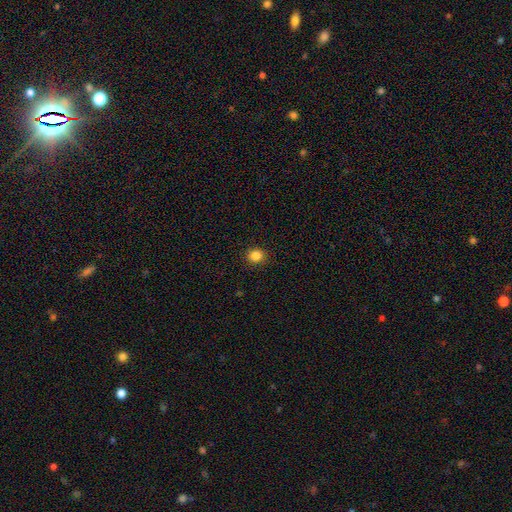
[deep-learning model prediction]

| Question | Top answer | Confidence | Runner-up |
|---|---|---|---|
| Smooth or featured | smooth | 85% | star or artifact (11%) |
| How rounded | round | 78% | in between (21%) |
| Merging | none | 91% | minor disturbance (6%) |